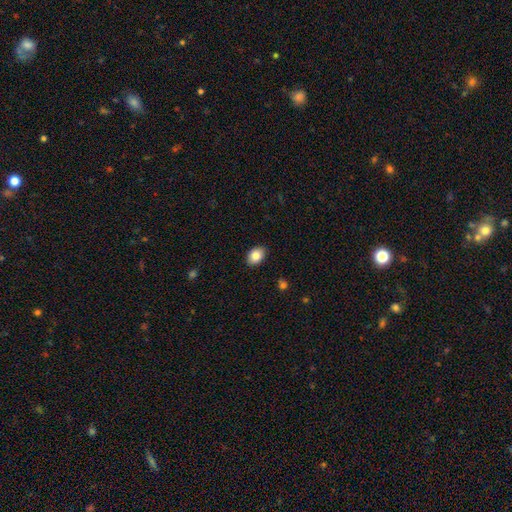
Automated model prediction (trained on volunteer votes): This appears to be a smooth galaxy with no disk features (84%) that is in between round and cigar-shaped (77%). Merging: none (89%).